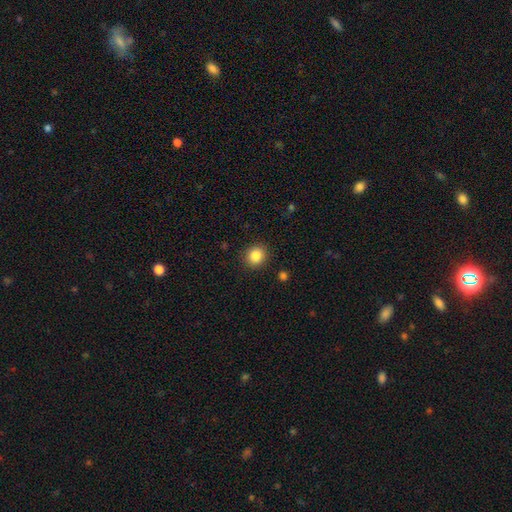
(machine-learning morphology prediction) smooth_or_featured: smooth (p=0.85) [alt: star or artifact p=0.10]
how_rounded: round (p=0.84) [alt: in between p=0.15]
merging: none (p=0.90) [alt: minor disturbance p=0.06]